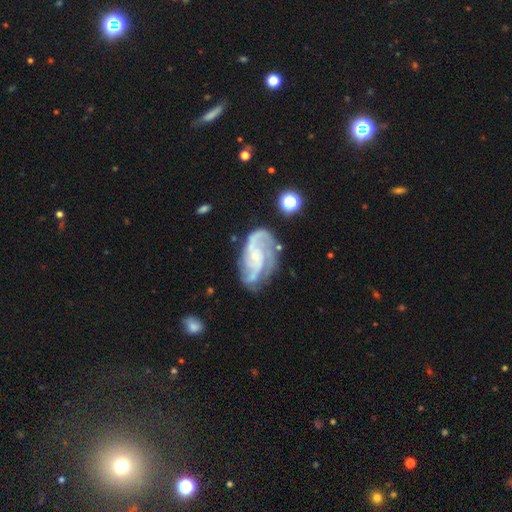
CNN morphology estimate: Smooth or featured? featured or disk (88%)
Edge-on disk? no (97%)
Bar? no (64%)
Spiral arms? yes (97%)
Spiral winding? medium (46%)
Spiral arm count? 3 (35%)
Bulge size? small (77%)
Merging? none (65%)